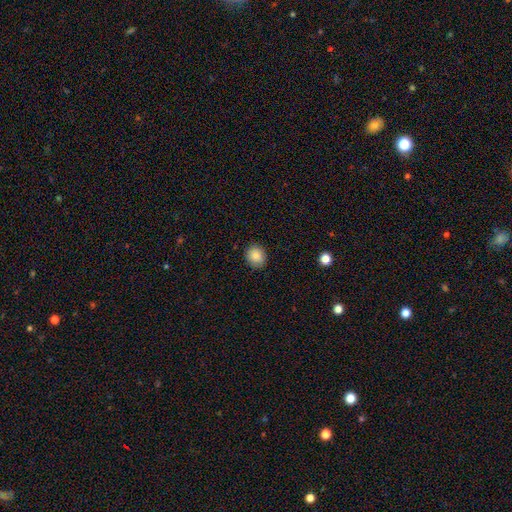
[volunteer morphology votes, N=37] smooth_or_featured: smooth (p=0.81) [alt: star or artifact p=0.11]
how_rounded: round (p=0.67) [alt: in between p=0.33]
merging: none (p=0.88) [alt: minor disturbance p=0.12]